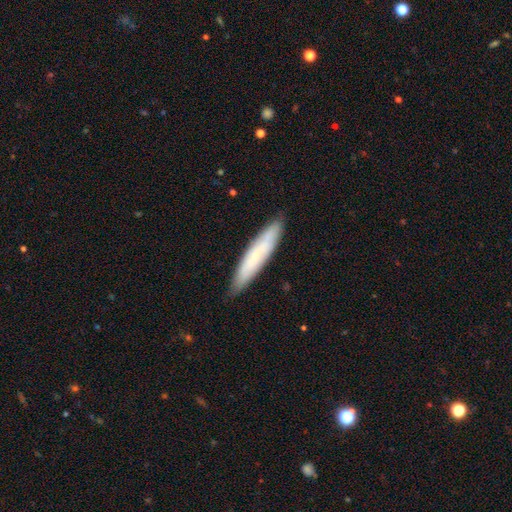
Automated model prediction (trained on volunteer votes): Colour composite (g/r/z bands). It shows a smooth galaxy with no disk features (64%) that is cigar-shaped (88%). Merging: none (87%).